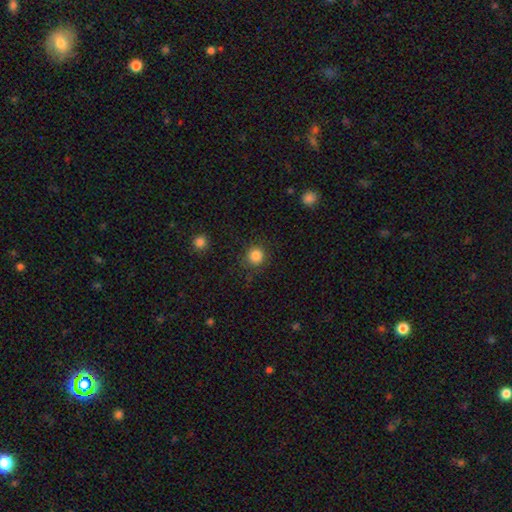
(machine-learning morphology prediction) smooth_or_featured: smooth (p=0.85) [alt: star or artifact p=0.11]
how_rounded: round (p=0.93) [alt: in between p=0.06]
merging: none (p=0.87) [alt: minor disturbance p=0.08]